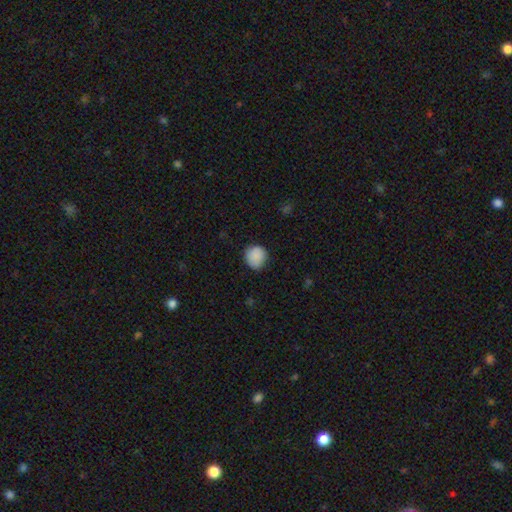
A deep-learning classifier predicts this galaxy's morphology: The model was most divided on "merging": none: 79%, minor disturbance: 17%, major disturbance: 3%, merger: 1%. More confident: smooth or featured — smooth (88%); how rounded — round (87%).